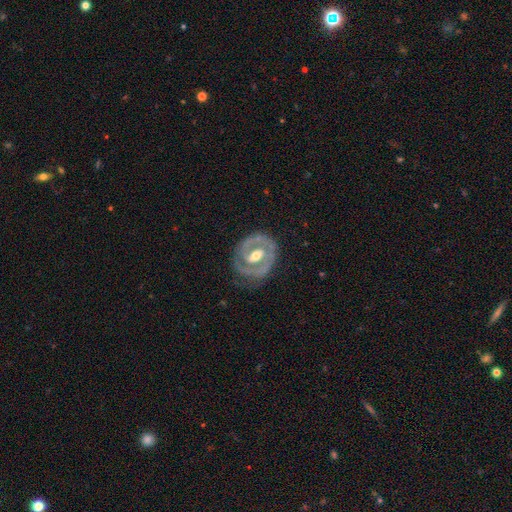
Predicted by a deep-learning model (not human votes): featured or disk 84%, smooth 11%, star or artifact 4%. Down the decision tree: edge-on disk — no (97%); bar — weak (43%); spiral arms — yes (81%); spiral arm count — 2 (68%); spiral winding — tight (60%); bulge size — moderate (70%); merging — none (71%).